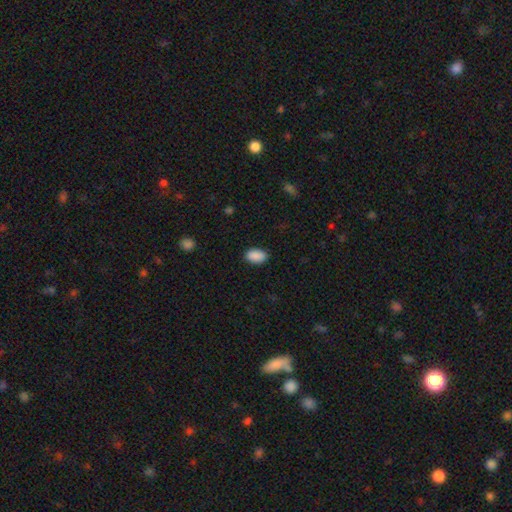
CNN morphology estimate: Smooth or featured? Predicted: smooth (p=0.90). How rounded? Predicted: in between (p=0.90). Merging? Predicted: none (p=0.87).